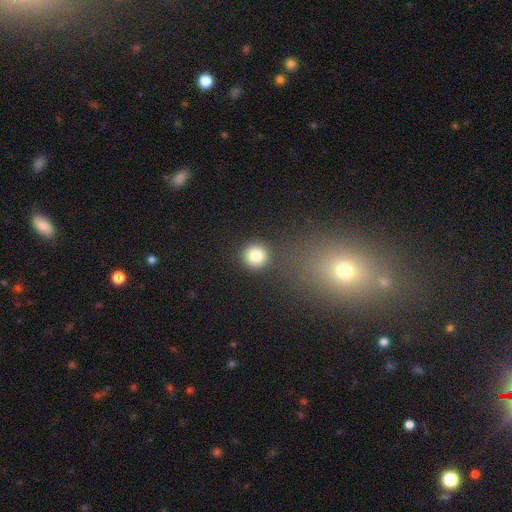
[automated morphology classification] Smooth or featured? Predicted: smooth (p=0.83). How rounded? Predicted: round (p=0.93). Merging? Predicted: none (p=0.86).